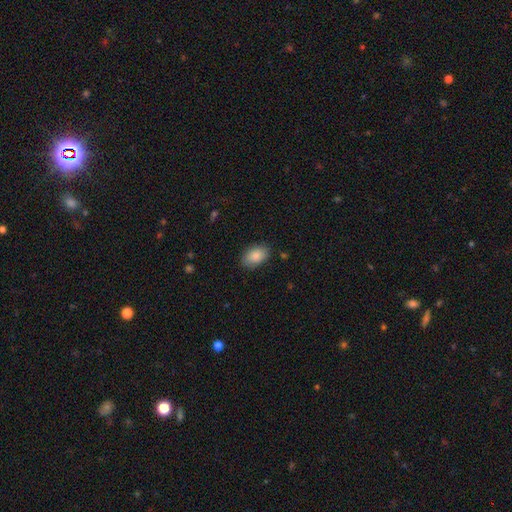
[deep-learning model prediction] Smooth or featured? smooth (87%)
How rounded? in between (90%)
Merging? none (85%)